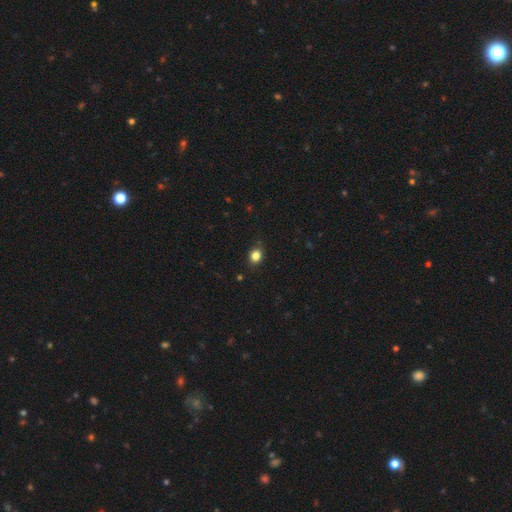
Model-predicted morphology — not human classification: Overall: smooth (83%). How rounded: round (60%; in between 39%). Merging: none (85%).